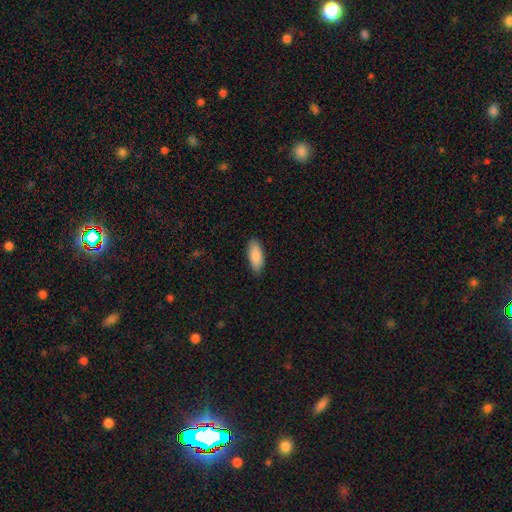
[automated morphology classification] smooth 88%, featured or disk 6%, star or artifact 6%. Down the decision tree: how rounded — in between (81%); merging — none (86%).